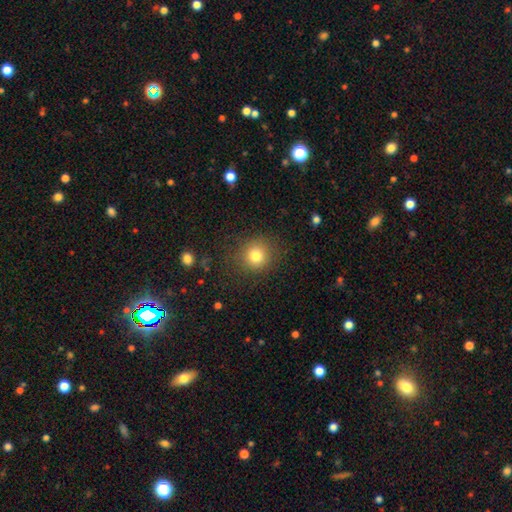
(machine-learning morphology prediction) type=smooth (80%); roundness=round (89%); merging=none (85%).